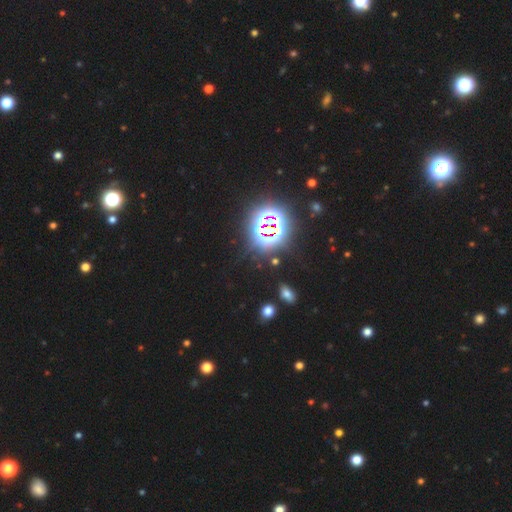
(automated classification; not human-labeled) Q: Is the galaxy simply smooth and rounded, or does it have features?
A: star or artifact — 84%.